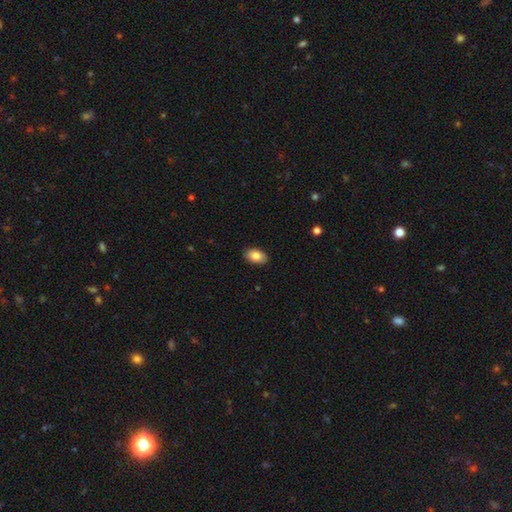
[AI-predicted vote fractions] This appears to be a smooth galaxy with no disk features (86%) that is in between round and cigar-shaped (92%). Merging: none (89%).